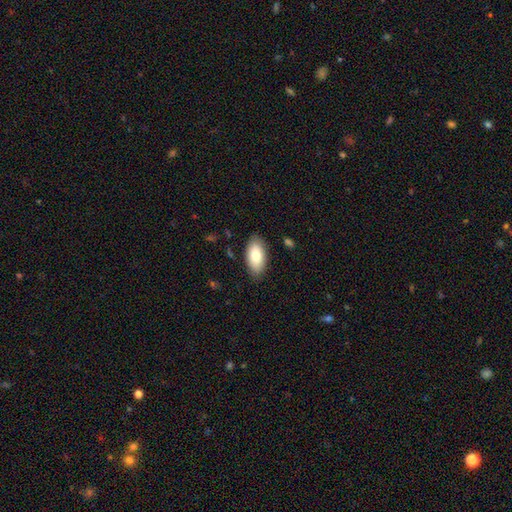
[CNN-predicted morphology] smooth_or_featured: smooth (p=0.78) [alt: featured or disk p=0.15]
how_rounded: in between (p=0.94) [alt: cigar-shaped p=0.04]
merging: none (p=0.85) [alt: minor disturbance p=0.12]